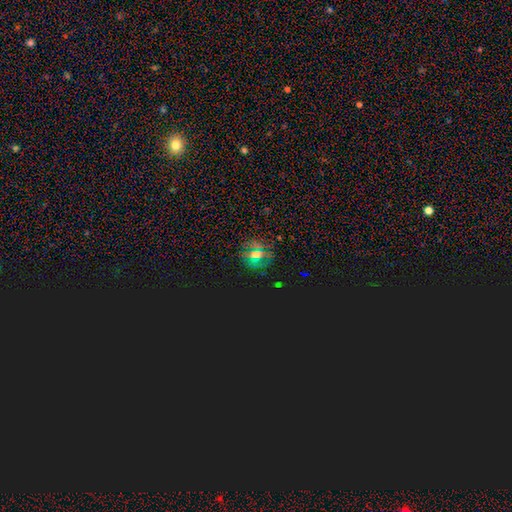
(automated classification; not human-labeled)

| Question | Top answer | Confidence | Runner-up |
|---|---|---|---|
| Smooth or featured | star or artifact | 50% | smooth (39%) |